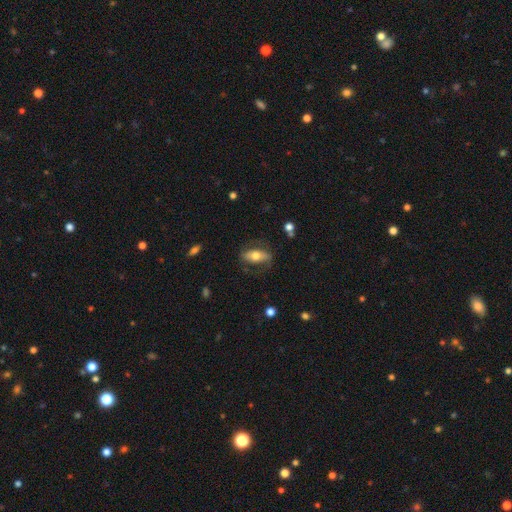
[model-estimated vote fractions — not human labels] A featured or disk galaxy (49%).

Vote fractions:
- Smooth or featured? featured or disk: 49% / smooth: 44% / star or artifact: 7%
- Merging? none: 67% / minor disturbance: 18% / major disturbance: 13% / merger: 2%